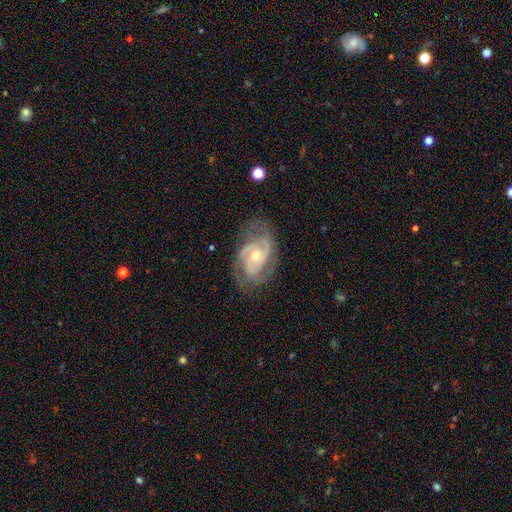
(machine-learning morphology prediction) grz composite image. It shows a featured or disk galaxy (88%) with no bar (64%), 2 (55%) tight (48%) spiral arms (96%) and a small central bulge (49%). Merging: none (70%).